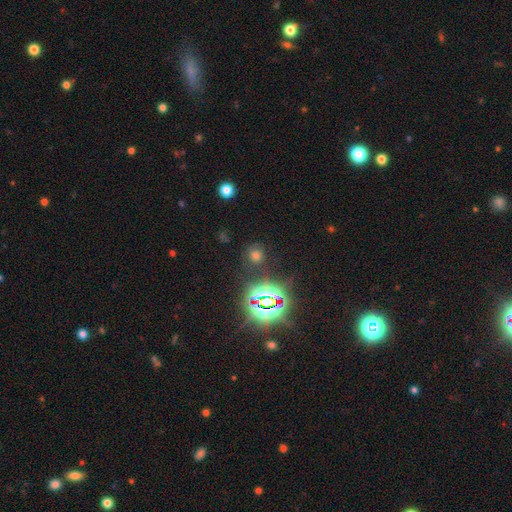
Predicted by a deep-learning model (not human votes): A smooth galaxy with no disk features (53%) that is round (85%). Merging: none (81%).